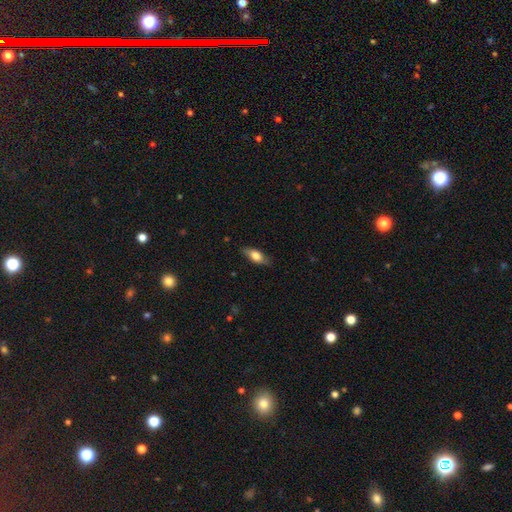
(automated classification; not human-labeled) The model was most divided on "smooth or featured": smooth: 70%, featured or disk: 24%, star or artifact: 6%. More confident: merging — none (80%); how rounded — in between (75%).